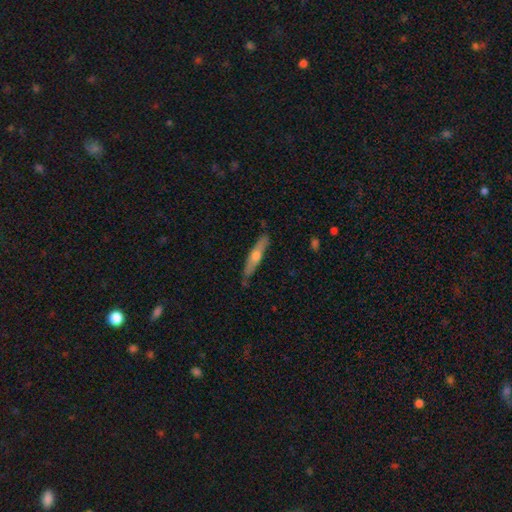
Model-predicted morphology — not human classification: This appears to be a featured or disk galaxy (54%) viewed edge-on (89%). Merging: none (86%).